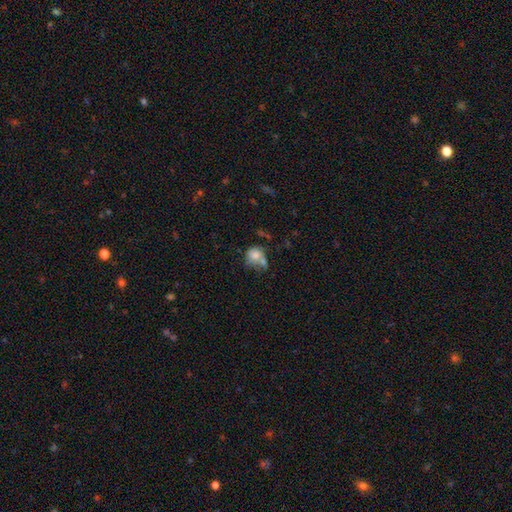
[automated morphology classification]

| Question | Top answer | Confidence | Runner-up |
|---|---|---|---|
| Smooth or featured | smooth | 75% | featured or disk (15%) |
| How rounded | round | 69% | in between (30%) |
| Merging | none | 34% | merger (33%) |